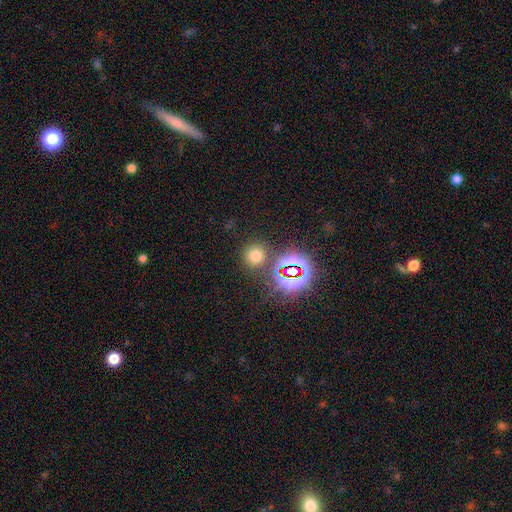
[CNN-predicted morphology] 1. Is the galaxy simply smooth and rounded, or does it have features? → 66% smooth, 28% star or artifact, 6% featured or disk.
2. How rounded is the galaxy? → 90% round, 9% in between, 1% cigar-shaped.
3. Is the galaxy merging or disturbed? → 81% none, 8% minor disturbance, 7% merger, 4% major disturbance.